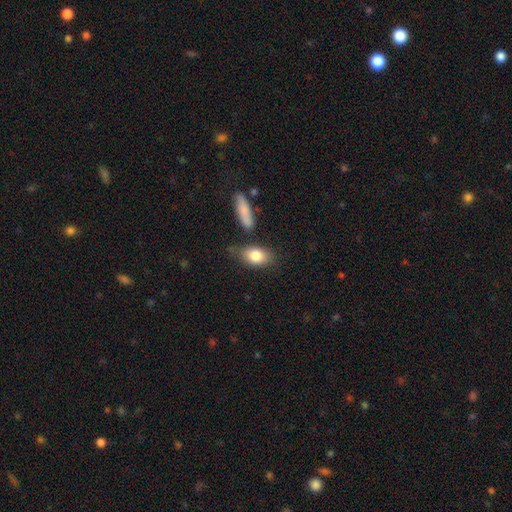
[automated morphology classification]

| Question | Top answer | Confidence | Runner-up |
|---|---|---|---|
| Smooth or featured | smooth | 82% | featured or disk (11%) |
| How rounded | in between | 83% | round (12%) |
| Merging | none | 70% | minor disturbance (16%) |